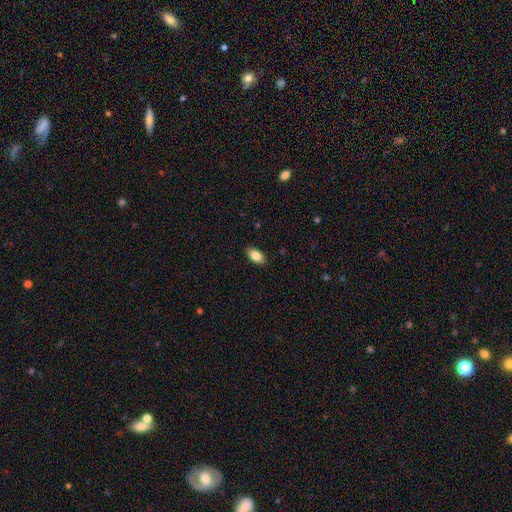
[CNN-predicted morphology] smooth-or-featured: smooth: 86% | featured or disk: 7% | star or artifact: 7%
  how-rounded: in between: 92% | cigar-shaped: 4% | round: 4%
  merging: none: 88% | minor disturbance: 9% | major disturbance: 2% | merger: 1%